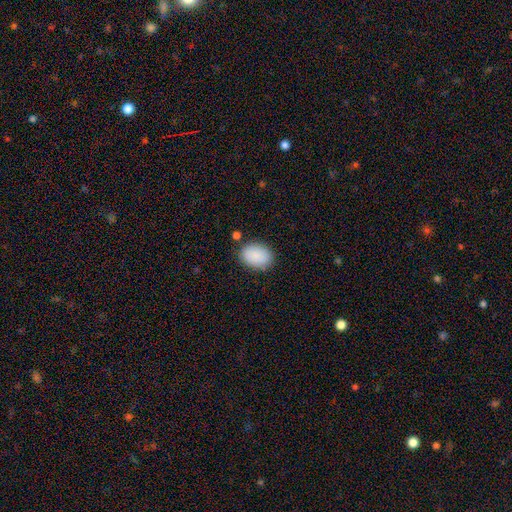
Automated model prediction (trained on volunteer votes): Smooth or featured? smooth (89%)
How rounded? in between (78%)
Merging? none (84%)